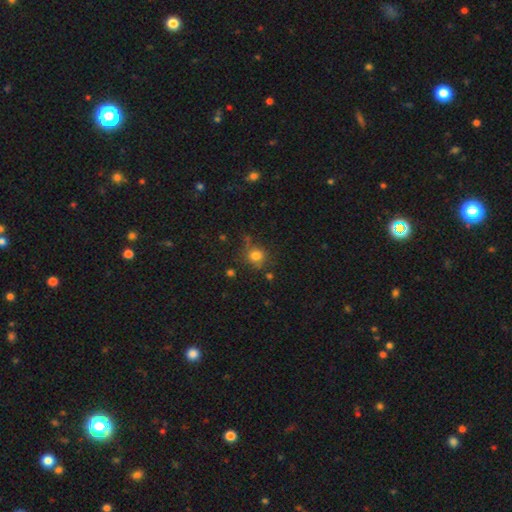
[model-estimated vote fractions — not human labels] Smooth or featured: smooth — 79% (star or artifact — 14%)
How rounded: round — 88% (in between — 11%)
Merging: none — 74% (minor disturbance — 14%)